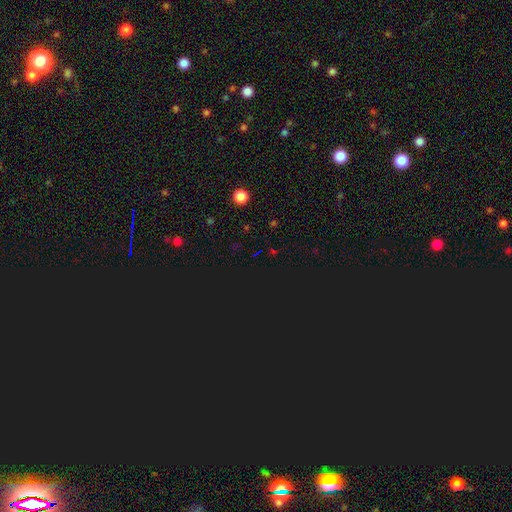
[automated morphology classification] Smooth or featured? Predicted: star or artifact (p=0.73).